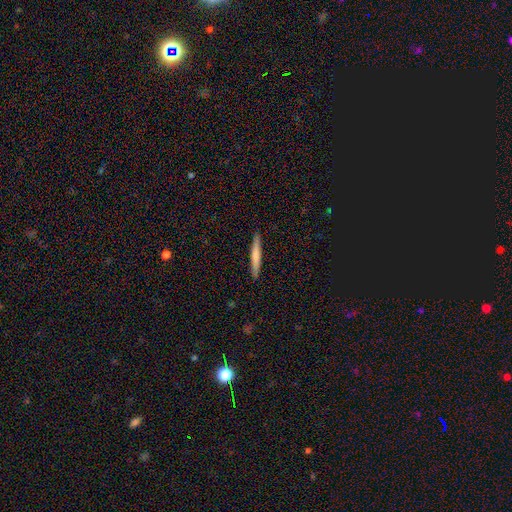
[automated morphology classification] Smooth or featured: smooth — 67% (featured or disk — 28%)
How rounded: cigar-shaped — 96% (in between — 3%)
Merging: none — 92% (minor disturbance — 6%)